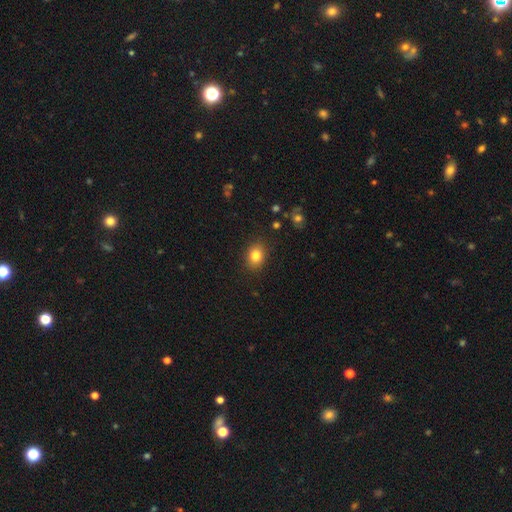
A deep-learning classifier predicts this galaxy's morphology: Smooth or featured?
  - smooth: 82% *
  - star or artifact: 11%
  - featured or disk: 7%
How rounded?
  - in between: 55% *
  - round: 44%
  - cigar-shaped: 1%
Merging?
  - none: 87% *
  - minor disturbance: 10%
  - major disturbance: 2%
  - merger: 1%